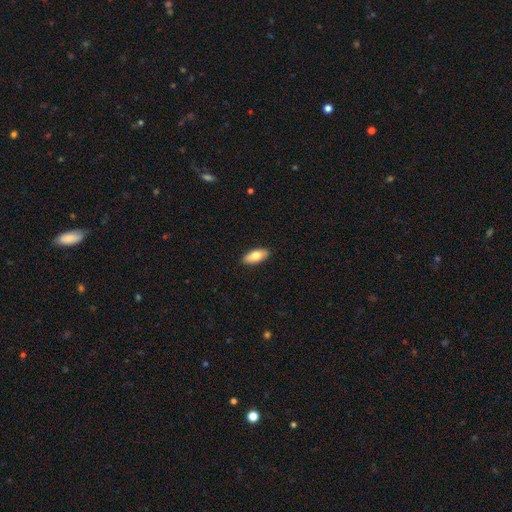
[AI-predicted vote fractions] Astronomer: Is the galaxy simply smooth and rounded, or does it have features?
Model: smooth — 76%.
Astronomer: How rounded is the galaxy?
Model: in between — 86%.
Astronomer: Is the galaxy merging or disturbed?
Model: none — 90%.